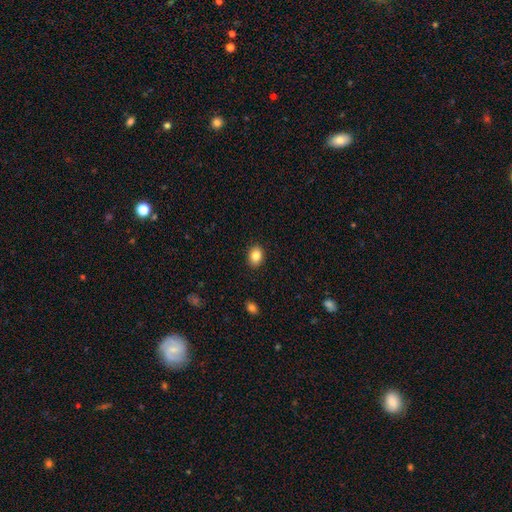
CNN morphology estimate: This is clearly a smooth galaxy (85%). How rounded: likely in between (68%). Merging: clearly none (90%).